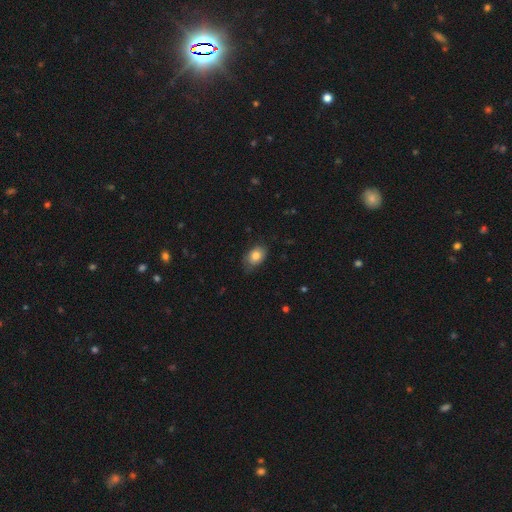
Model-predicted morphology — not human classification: Smooth or featured? Predicted: smooth (p=0.80). How rounded? Predicted: in between (p=0.79). Merging? Predicted: none (p=0.68).